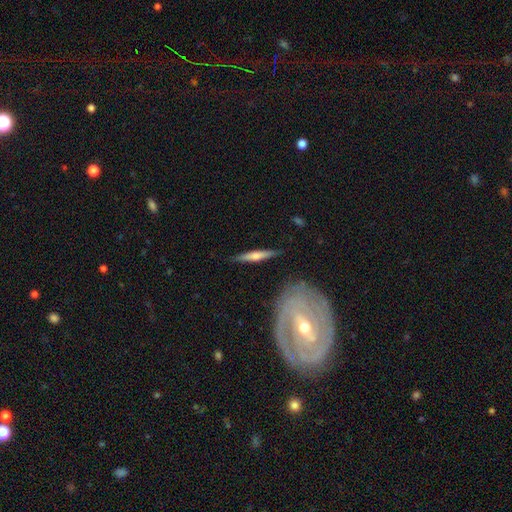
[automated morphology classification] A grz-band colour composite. It shows a featured or disk galaxy (49%). Merging: none (86%).